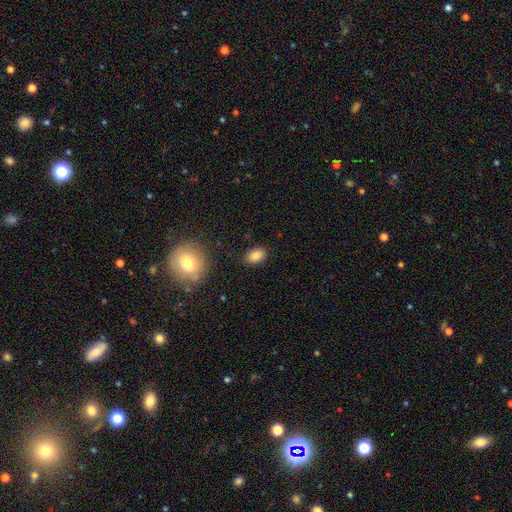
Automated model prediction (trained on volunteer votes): Q: Smooth or featured?
A: smooth (84%); runner-up: star or artifact (9%)
Q: How rounded?
A: in between (84%); runner-up: round (14%)
Q: Merging?
A: none (86%); runner-up: minor disturbance (10%)